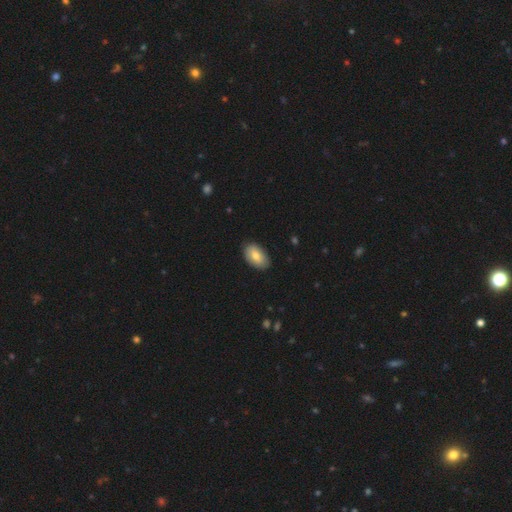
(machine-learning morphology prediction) Smooth or featured? Predicted: smooth (p=0.77). How rounded? Predicted: in between (p=0.93). Merging? Predicted: none (p=0.86).